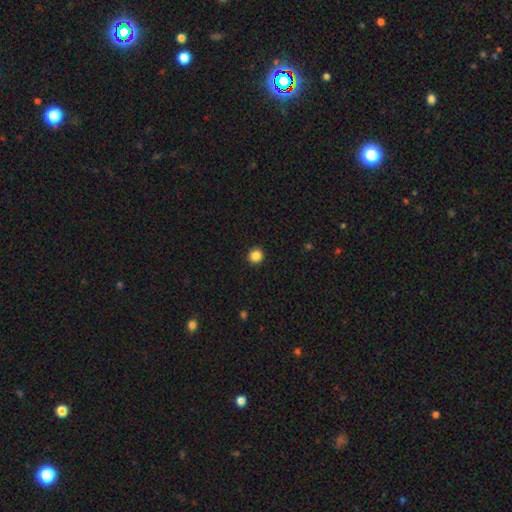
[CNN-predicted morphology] Q: Smooth or featured?
A: smooth (87%); runner-up: star or artifact (10%)
Q: How rounded?
A: round (95%); runner-up: in between (4%)
Q: Merging?
A: none (93%); runner-up: minor disturbance (4%)